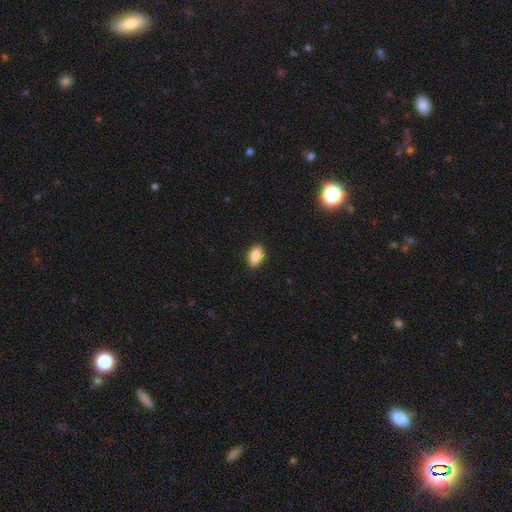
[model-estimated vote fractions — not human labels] smooth 87%, star or artifact 7%, featured or disk 6%. Down the decision tree: how rounded — in between (91%); merging — none (88%).